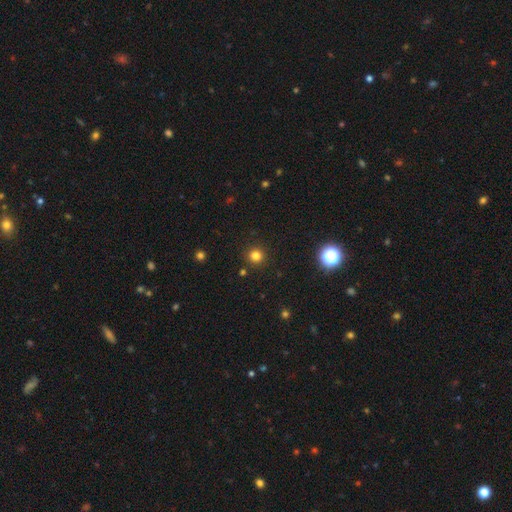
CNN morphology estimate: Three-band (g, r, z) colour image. It shows a smooth galaxy with no disk features (79%) that is round (94%). Merging: none (91%).